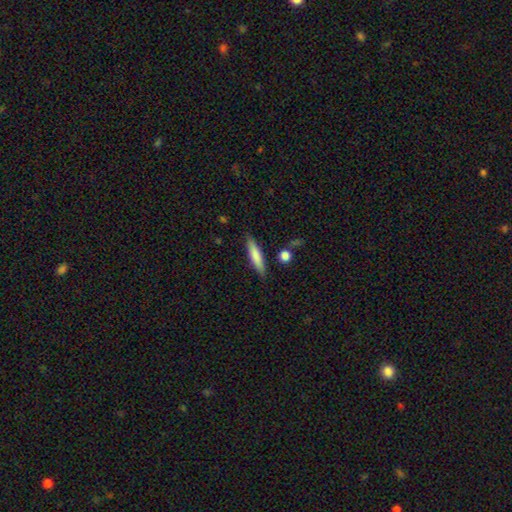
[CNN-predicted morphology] The model was most divided on "smooth or featured": smooth: 74%, featured or disk: 20%, star or artifact: 6%. More confident: how rounded — cigar-shaped (84%); merging — none (84%).